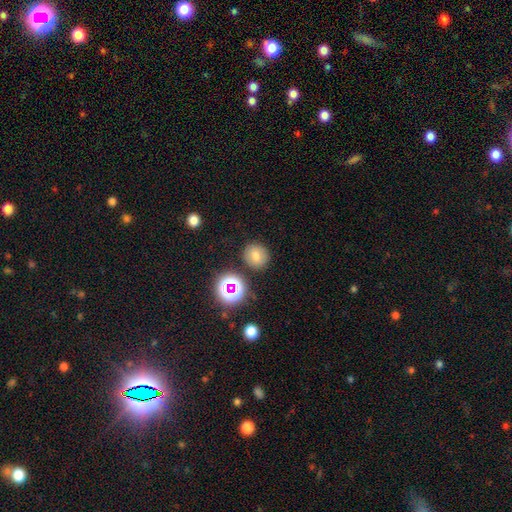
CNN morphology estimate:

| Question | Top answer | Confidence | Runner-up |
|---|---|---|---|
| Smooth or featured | smooth | 69% | star or artifact (19%) |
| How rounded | round | 85% | in between (14%) |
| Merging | none | 86% | minor disturbance (8%) |